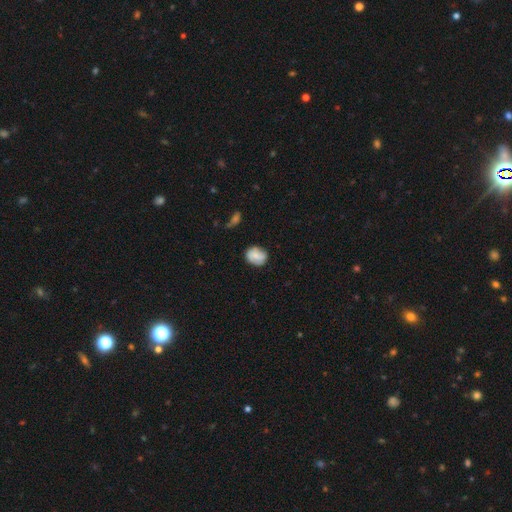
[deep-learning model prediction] This appears to be a smooth galaxy with no disk features (69%) that is round (54%). Merging: none (72%).